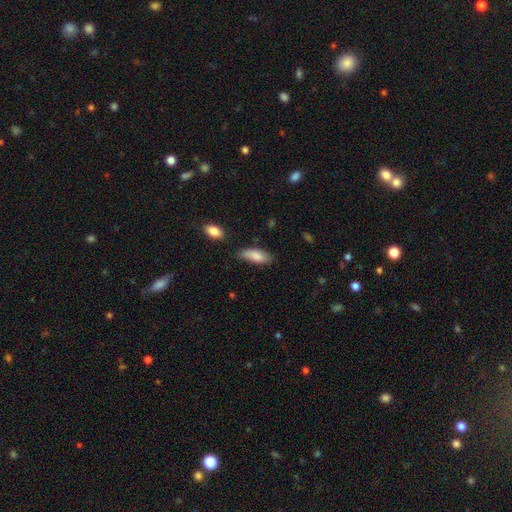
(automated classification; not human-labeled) Smooth or featured? smooth (84%)
How rounded? in between (76%)
Merging? none (64%)